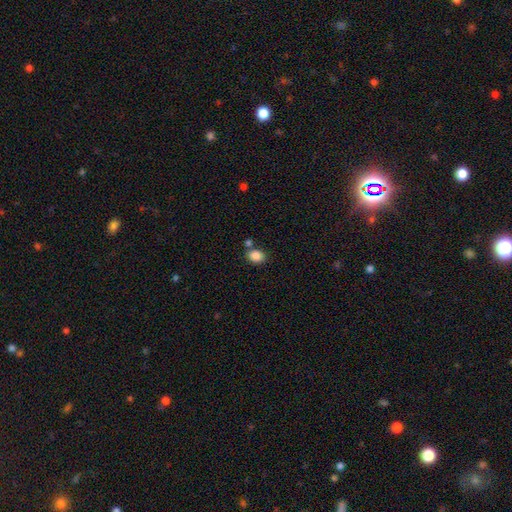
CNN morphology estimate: Smooth or featured? smooth (87%)
How rounded? in between (60%)
Merging? none (71%)